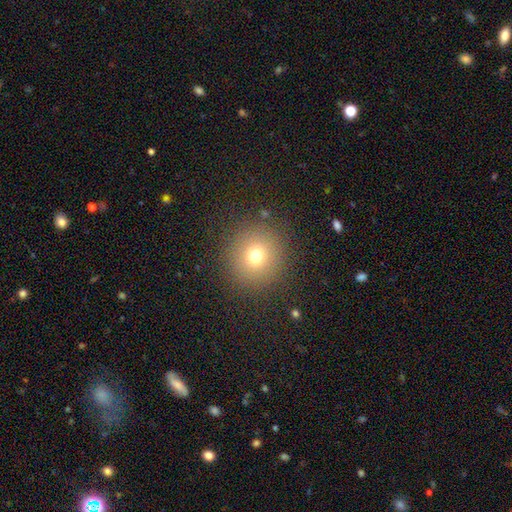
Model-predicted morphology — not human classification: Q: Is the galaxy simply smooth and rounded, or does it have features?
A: smooth — 72%.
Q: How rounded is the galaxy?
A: round — 93%.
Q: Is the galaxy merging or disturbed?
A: none — 88%.